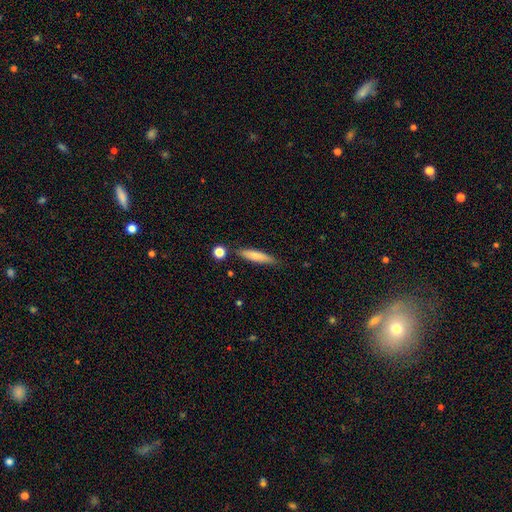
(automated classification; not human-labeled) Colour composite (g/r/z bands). It shows a smooth galaxy with no disk features (73%) that is cigar-shaped (81%). Merging: none (79%).